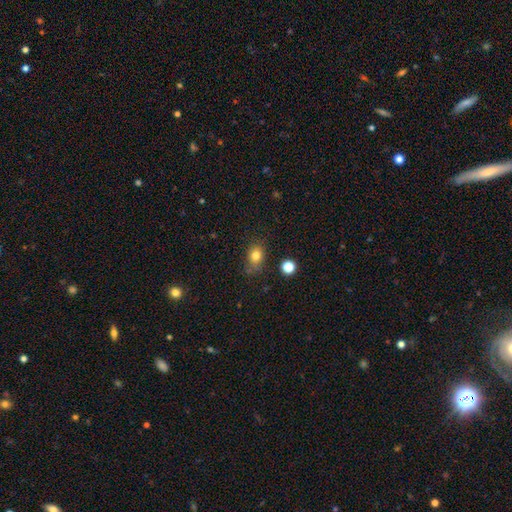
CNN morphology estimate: type=smooth (80%); roundness=in between (55%); merging=none (68%).